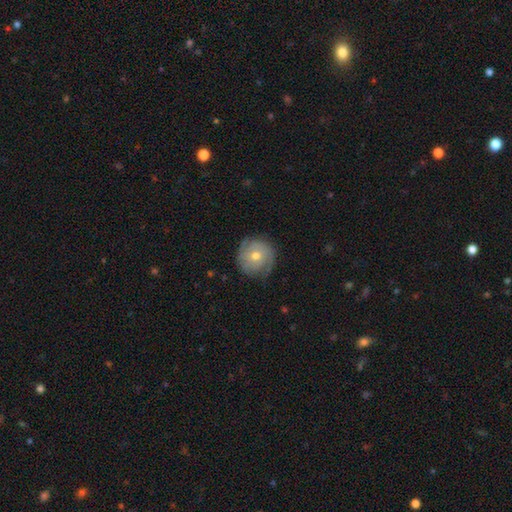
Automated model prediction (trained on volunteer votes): smooth_or_featured: featured or disk (p=0.60) [alt: smooth p=0.31]
disk_edge_on: no (p=0.96) [alt: yes p=0.04]
bar: no (p=0.79) [alt: weak p=0.17]
has_spiral_arms: yes (p=0.83) [alt: no p=0.17]
bulge_size: moderate (p=0.60) [alt: small p=0.36]
merging: none (p=0.77) [alt: minor disturbance p=0.16]